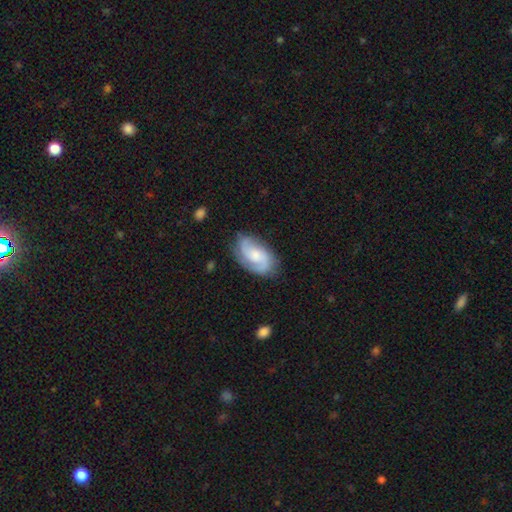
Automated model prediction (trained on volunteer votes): The model was most divided on "bulge size": moderate: 41%, small: 40%, none: 9%, large: 8%, dominant: 2%. Remaining: edge-on disk — no (97%); spiral arms — yes (95%); smooth or featured — featured or disk (75%); merging — none (74%); spiral arm count — 2 (74%); bar — no (60%); spiral winding — medium (48%).